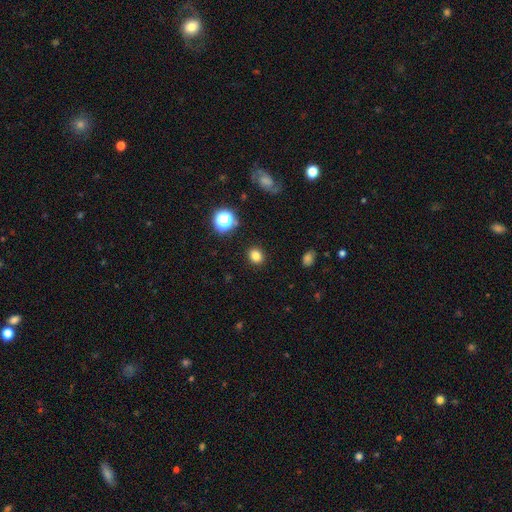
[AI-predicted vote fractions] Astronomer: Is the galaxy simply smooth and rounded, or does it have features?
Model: smooth — 81%.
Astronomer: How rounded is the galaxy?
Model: round — 72%.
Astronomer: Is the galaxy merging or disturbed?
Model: none — 90%.